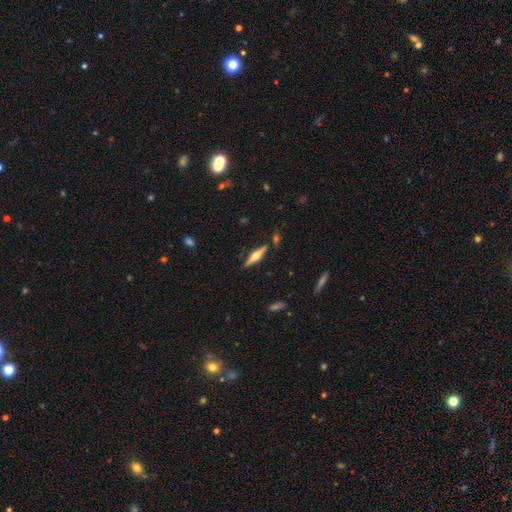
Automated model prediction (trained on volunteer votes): This is likely a featured or disk galaxy (64%). It is clearly viewed edge-on (97%). Edge-on bulge: clearly rounded (87%). Merging: clearly none (84%).